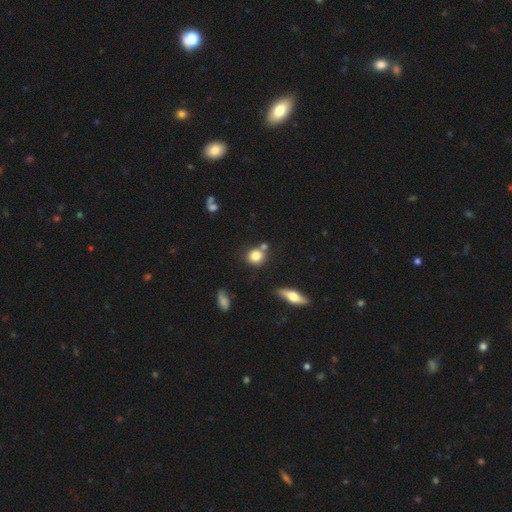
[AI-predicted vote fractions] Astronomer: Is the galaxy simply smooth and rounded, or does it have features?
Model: smooth — 80%.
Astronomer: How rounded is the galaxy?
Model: round — 82%.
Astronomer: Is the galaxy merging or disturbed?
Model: none — 66%.